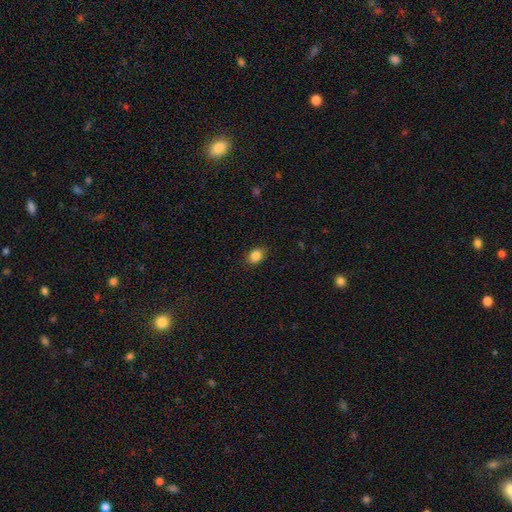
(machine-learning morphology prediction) Smooth or featured?
  - smooth: 86% *
  - star or artifact: 10%
  - featured or disk: 5%
How rounded?
  - in between: 62% *
  - round: 37%
  - cigar-shaped: 1%
Merging?
  - none: 87% *
  - minor disturbance: 10%
  - major disturbance: 2%
  - merger: 1%